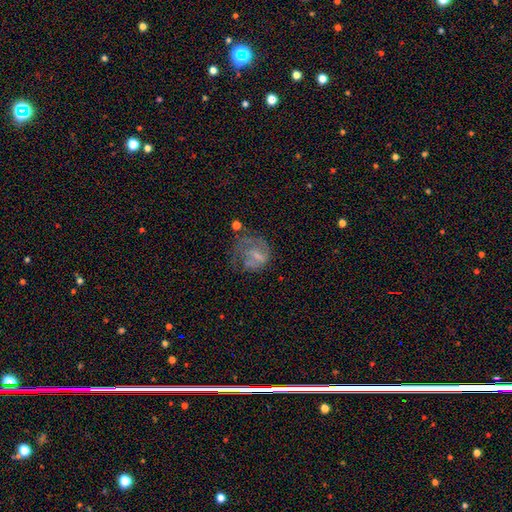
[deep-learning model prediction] Smooth or featured?
  - featured or disk: 54% *
  - smooth: 35%
  - star or artifact: 11%
Edge-on disk?
  - no: 97% *
  - yes: 3%
Bar?
  - weak: 43% * (tied)
  - no: 43% * (tied)
  - strong: 14%
Spiral arms?
  - yes: 57% *
  - no: 43%
Bulge size?
  - none: 42% *
  - small: 31%
  - moderate: 22%
  - large: 4%
  - dominant: 1%
Merging?
  - major disturbance: 43% *
  - none: 30%
  - minor disturbance: 22%
  - merger: 5%